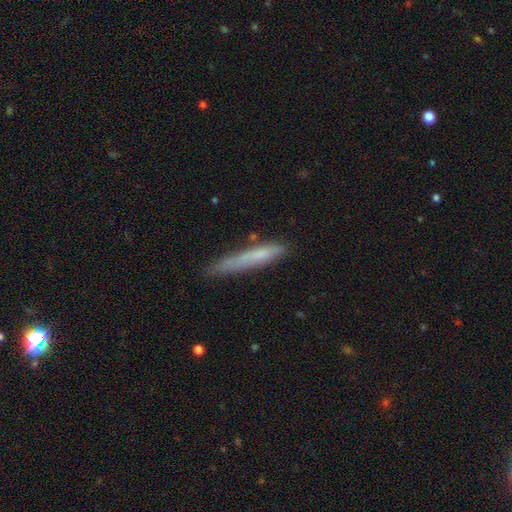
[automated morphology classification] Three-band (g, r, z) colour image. It shows a smooth galaxy with no disk features (67%) that is cigar-shaped (93%). Merging: none (66%).